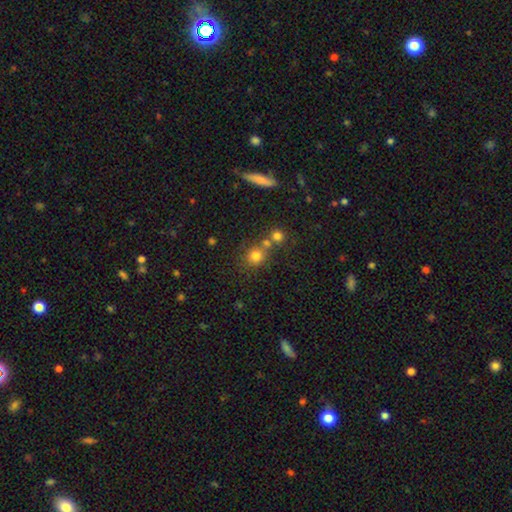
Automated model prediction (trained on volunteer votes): Q: Smooth or featured?
A: smooth (77%); runner-up: star or artifact (14%)
Q: How rounded?
A: round (84%); runner-up: in between (15%)
Q: Merging?
A: none (55%); runner-up: merger (30%)